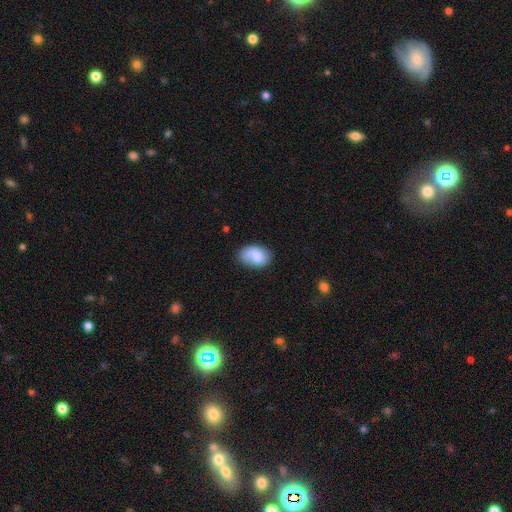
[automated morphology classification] Q: Smooth or featured?
A: smooth (74%); runner-up: featured or disk (19%)
Q: How rounded?
A: in between (84%); runner-up: round (14%)
Q: Merging?
A: none (60%); runner-up: minor disturbance (25%)